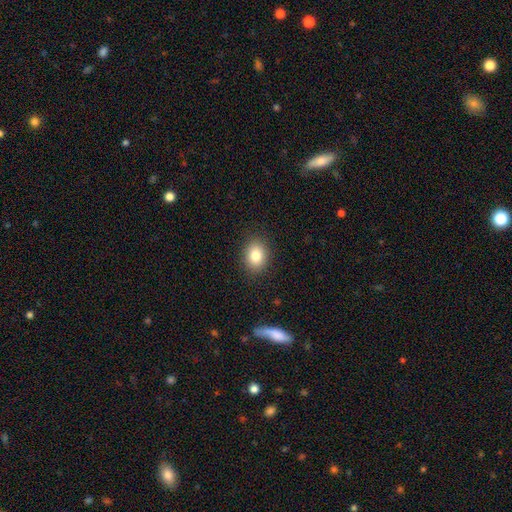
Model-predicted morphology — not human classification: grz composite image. It shows a smooth galaxy with no disk features (82%) that is in between round and cigar-shaped (57%). Merging: none (88%).